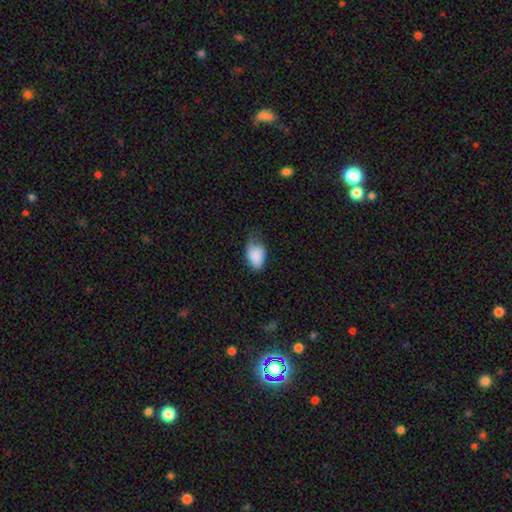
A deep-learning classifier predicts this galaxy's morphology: Smooth or featured? Predicted: smooth (p=0.87). How rounded? Predicted: in between (p=0.86). Merging? Predicted: minor disturbance (p=0.44).